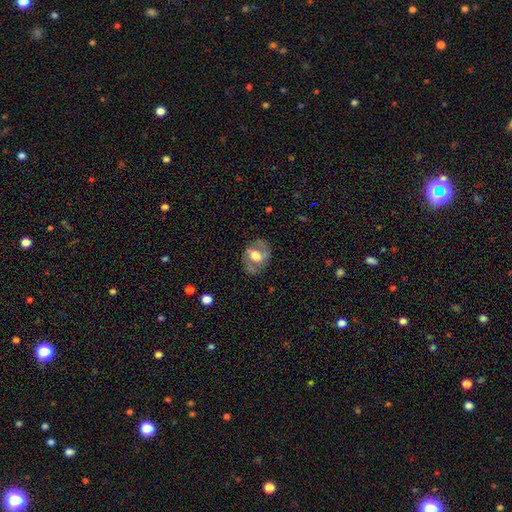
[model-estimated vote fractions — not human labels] Smooth or featured?
  - featured or disk: 64% *
  - smooth: 29%
  - star or artifact: 7%
Edge-on disk?
  - no: 95% *
  - yes: 5%
Bar?
  - no: 43% *
  - weak: 39%
  - strong: 18%
Spiral arms?
  - yes: 70% *
  - no: 30%
Bulge size?
  - moderate: 48% *
  - large: 39%
  - small: 7%
  - dominant: 3%
  - none: 2%
Merging?
  - none: 74% *
  - minor disturbance: 17%
  - major disturbance: 8%
  - merger: 1%